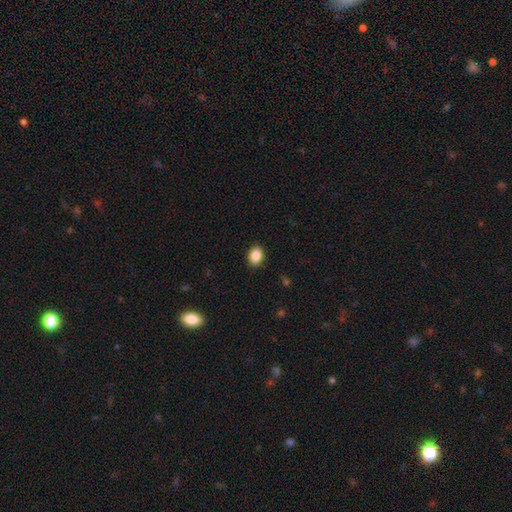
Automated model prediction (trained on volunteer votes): smooth-or-featured: smooth: 88% | star or artifact: 8% | featured or disk: 4%
  how-rounded: in between: 70% | round: 29% | cigar-shaped: 1%
  merging: none: 89% | minor disturbance: 8% | major disturbance: 2% | merger: 1%